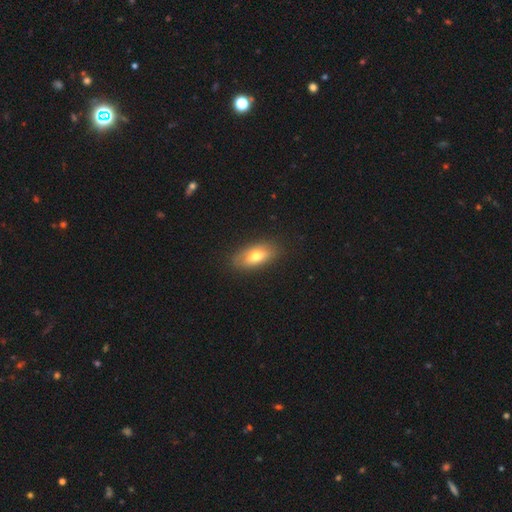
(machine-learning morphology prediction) Overall: smooth (71%). How rounded: in between (85%). Merging: none (83%).